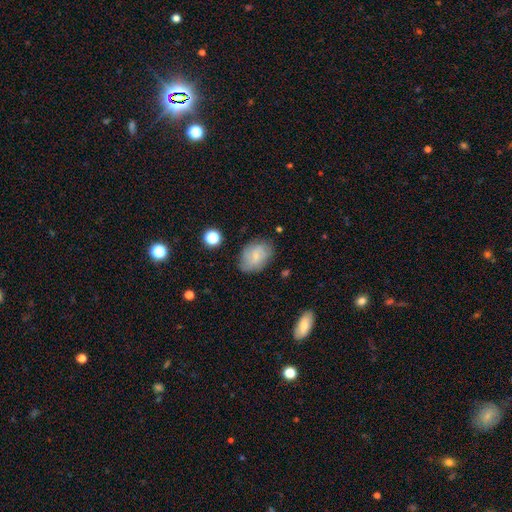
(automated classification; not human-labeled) Overall: smooth (61%; featured or disk 30%). How rounded: in between (81%). Merging: none (73%).